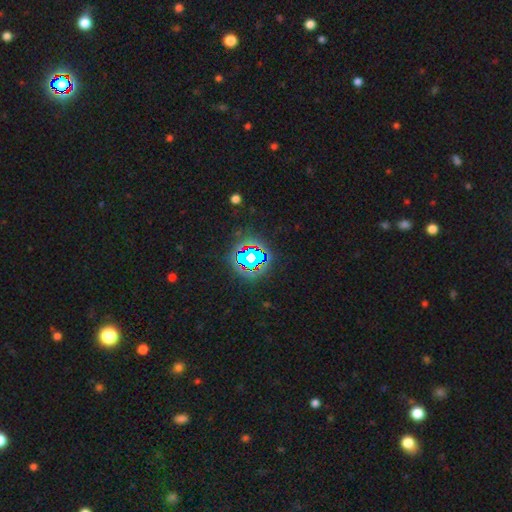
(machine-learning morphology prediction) This appears to be a star or artifact, not a galaxy (74%).